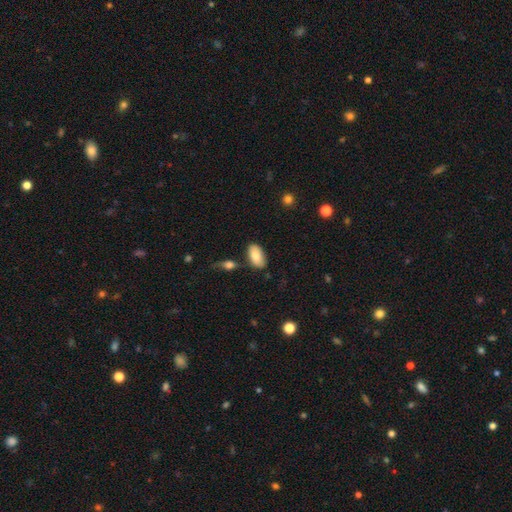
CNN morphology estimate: type=smooth (80%); roundness=in between (94%); merging=none (77%).